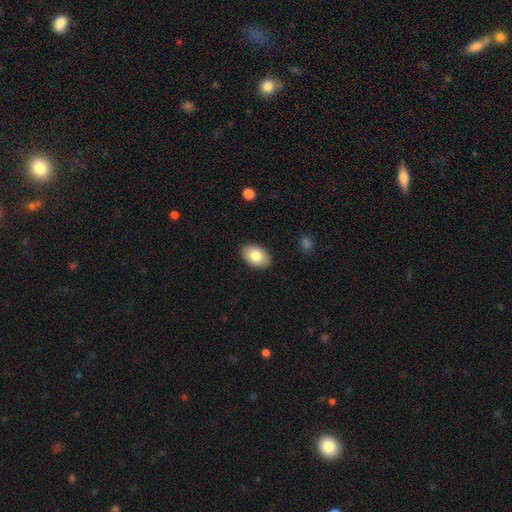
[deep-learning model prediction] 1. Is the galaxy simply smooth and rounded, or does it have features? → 83% smooth, 11% featured or disk, 6% star or artifact.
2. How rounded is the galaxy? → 90% in between, 9% round, 1% cigar-shaped.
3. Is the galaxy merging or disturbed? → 89% none, 8% minor disturbance, 2% major disturbance, 1% merger.